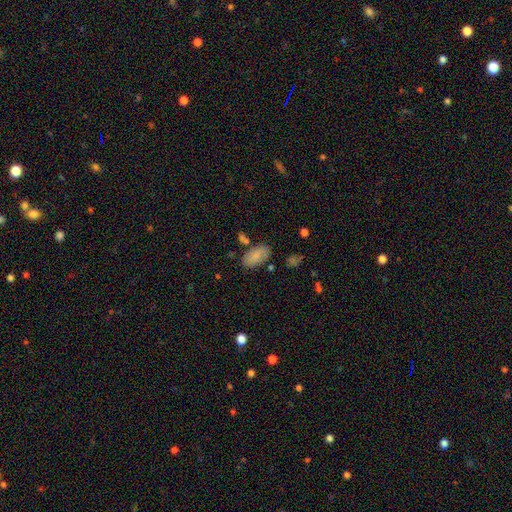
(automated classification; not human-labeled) This appears to be a smooth galaxy with no disk features (78%) that is in between round and cigar-shaped (94%). Merging: none (76%).